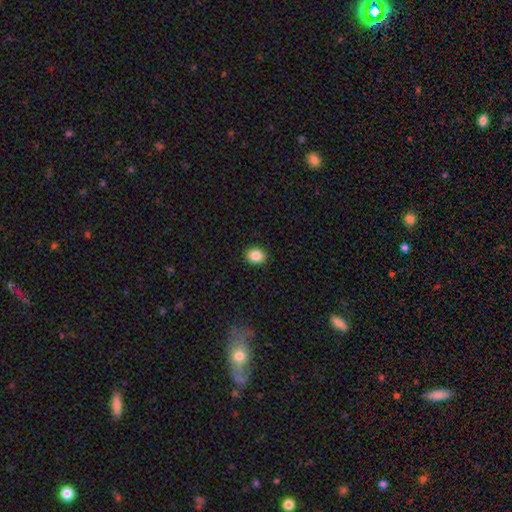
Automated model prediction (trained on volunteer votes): This is clearly a smooth galaxy (87%). How rounded: possibly in between (51%). Merging: clearly none (91%).